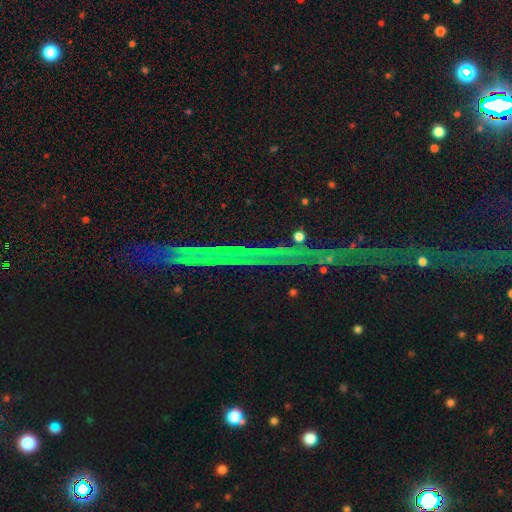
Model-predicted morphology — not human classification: Q: Smooth or featured?
A: star or artifact (75%); runner-up: featured or disk (15%)